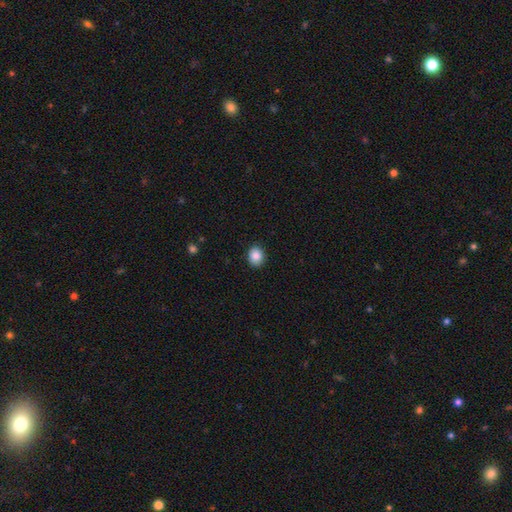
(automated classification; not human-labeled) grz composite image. It shows a smooth galaxy with no disk features (88%) that is round (60%). Merging: none (90%).